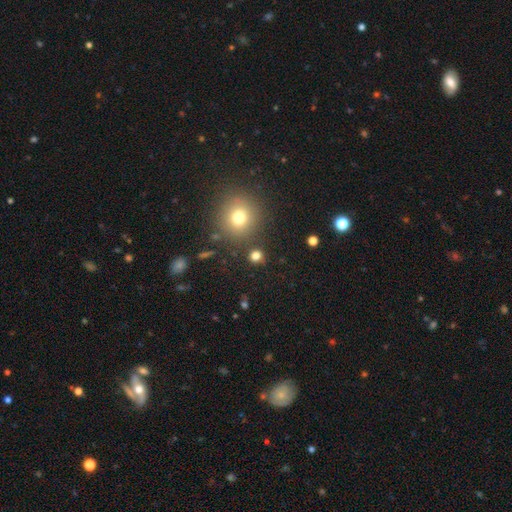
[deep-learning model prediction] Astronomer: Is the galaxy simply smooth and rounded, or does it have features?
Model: smooth — 76%.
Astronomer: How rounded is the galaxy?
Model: round — 88%.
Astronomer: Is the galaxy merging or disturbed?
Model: none — 84%.